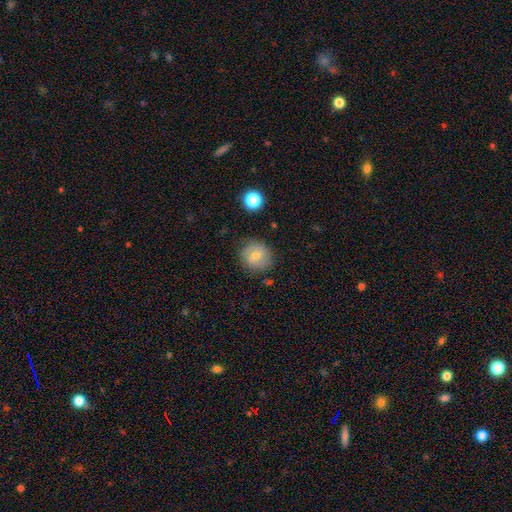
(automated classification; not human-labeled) Smooth or featured: smooth — 59% (featured or disk — 32%)
How rounded: round — 84% (in between — 15%)
Merging: none — 80% (minor disturbance — 14%)